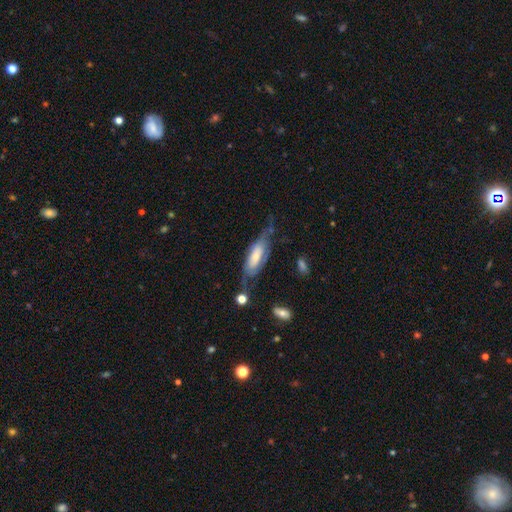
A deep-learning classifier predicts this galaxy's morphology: featured or disk 59%, smooth 34%, star or artifact 7%. Down the decision tree: edge-on disk — no (70%); merging — none (44%).